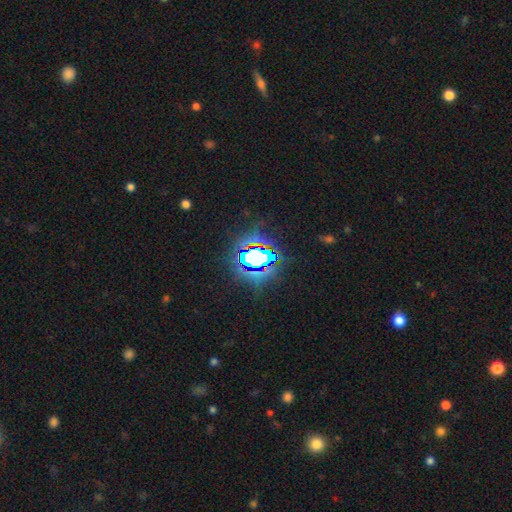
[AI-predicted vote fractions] This is likely a star or artifact rather than a galaxy (73%).